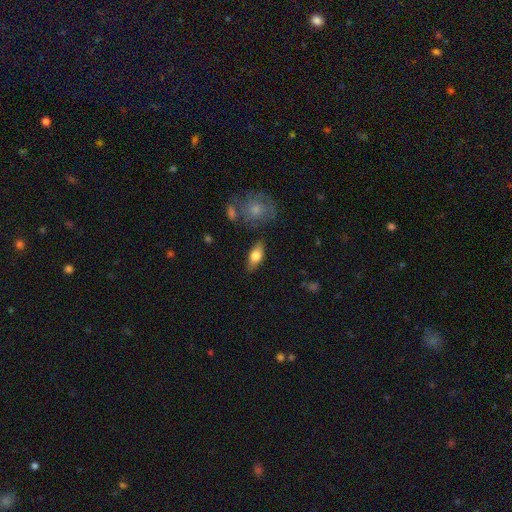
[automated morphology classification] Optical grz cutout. It shows a smooth galaxy with no disk features (73%) that is in between round and cigar-shaped (82%). Merging: none (82%).